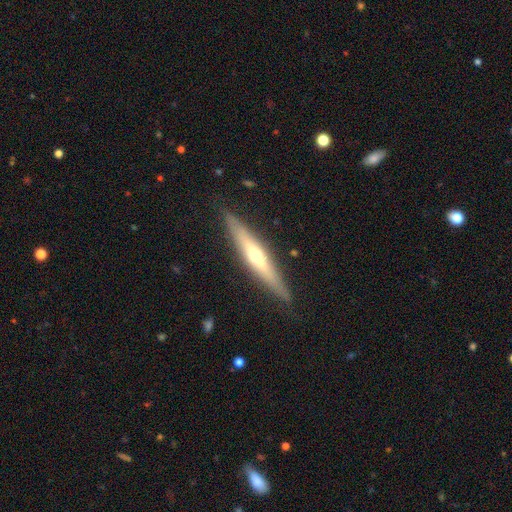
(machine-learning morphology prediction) Overall: featured or disk (64%; smooth 30%). Edge-on disk: yes (93%). Edge-on bulge: rounded (80%). Merging: none (87%).